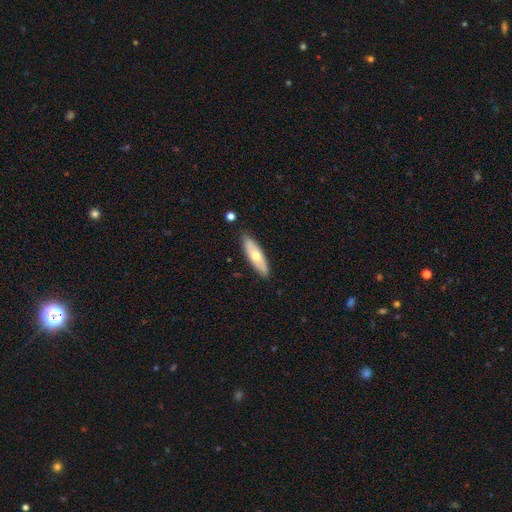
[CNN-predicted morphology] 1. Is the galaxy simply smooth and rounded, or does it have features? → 59% smooth, 36% featured or disk, 6% star or artifact.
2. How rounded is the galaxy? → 50% cigar-shaped, 48% in between, 2% round.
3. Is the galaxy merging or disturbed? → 86% none, 10% minor disturbance, 2% major disturbance, 2% merger.